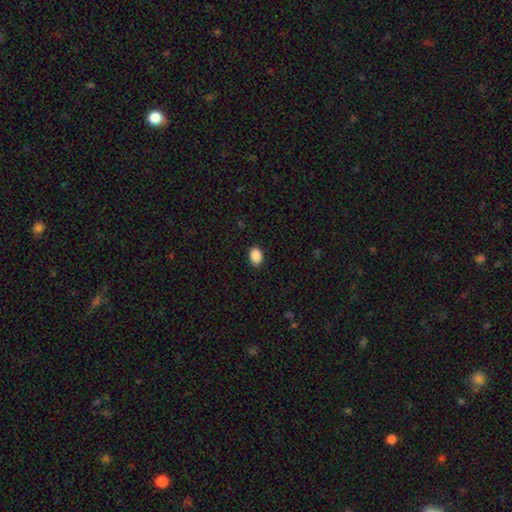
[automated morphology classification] A smooth galaxy with no disk features (90%) that is in between round and cigar-shaped (82%). Merging: none (90%).